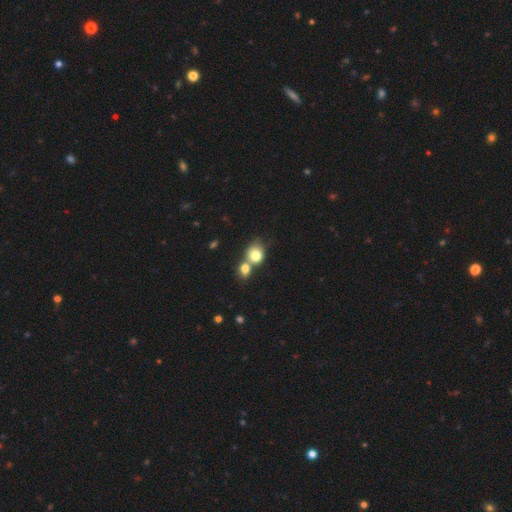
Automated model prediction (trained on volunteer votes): This appears to be a smooth galaxy with no disk features (78%) that is round (62%). Merging: merger (60%).